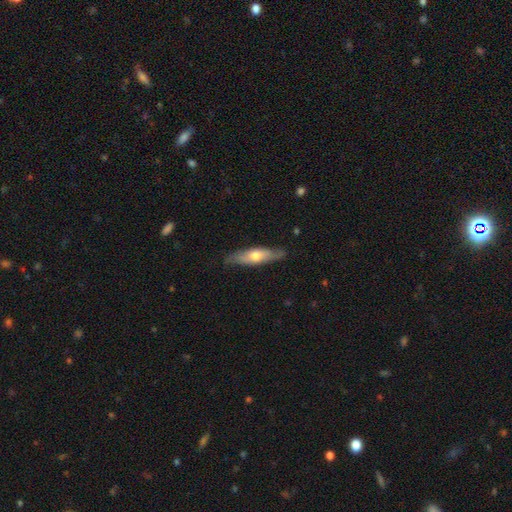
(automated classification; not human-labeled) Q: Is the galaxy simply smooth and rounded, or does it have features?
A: smooth — 49%.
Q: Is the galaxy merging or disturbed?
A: none — 81%.